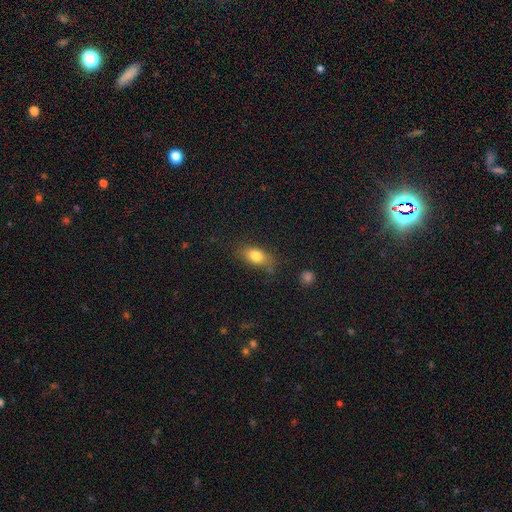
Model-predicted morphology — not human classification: Overall: smooth (81%). How rounded: in between (84%). Merging: none (68%).